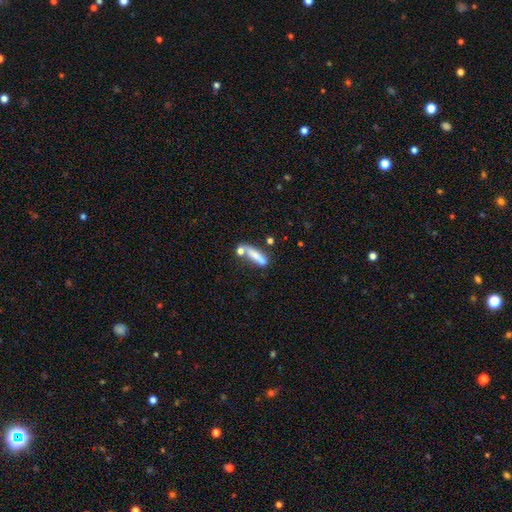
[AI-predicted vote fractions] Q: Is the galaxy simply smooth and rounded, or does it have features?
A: smooth — 69%.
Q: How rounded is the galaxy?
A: cigar-shaped — 73%.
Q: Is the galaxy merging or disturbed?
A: none — 46%.